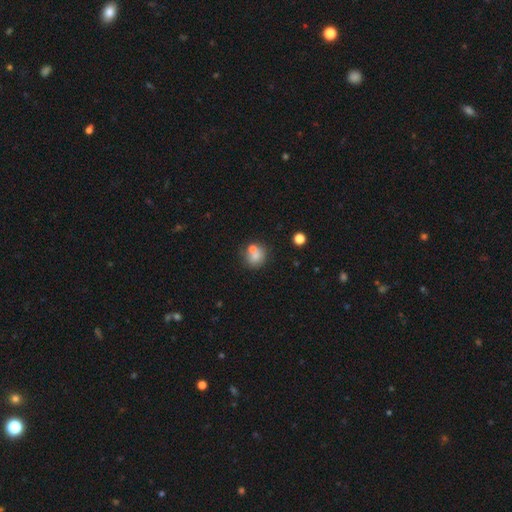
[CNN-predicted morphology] Smooth or featured? Predicted: smooth (p=0.73). How rounded? Predicted: round (p=0.83). Merging? Predicted: none (p=0.55).